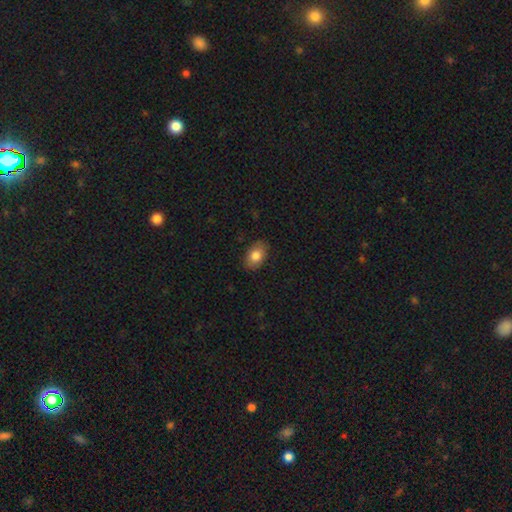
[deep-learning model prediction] Smooth or featured? smooth (81%)
How rounded? in between (88%)
Merging? none (87%)